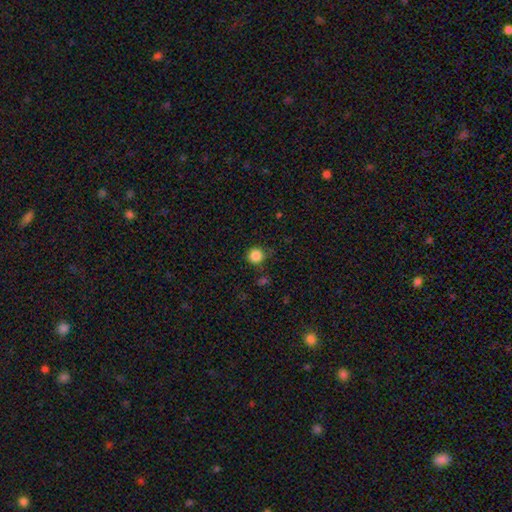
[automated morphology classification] Smooth or featured: smooth — 85% (star or artifact — 11%)
How rounded: round — 93% (in between — 6%)
Merging: none — 80% (minor disturbance — 13%)